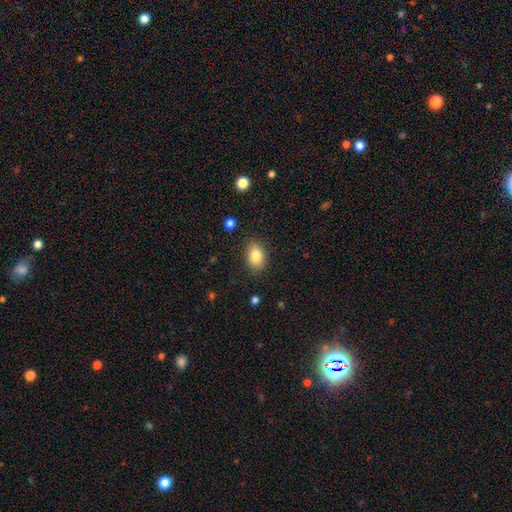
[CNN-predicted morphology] Smooth or featured?
  - smooth: 84% *
  - star or artifact: 9%
  - featured or disk: 8%
How rounded?
  - in between: 81% *
  - round: 18%
  - cigar-shaped: 1%
Merging?
  - none: 85% *
  - minor disturbance: 11%
  - major disturbance: 3%
  - merger: 1%